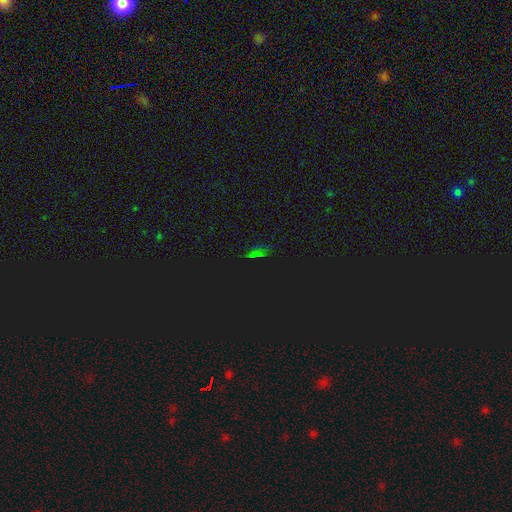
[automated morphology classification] A star or artifact, not a galaxy (72%).